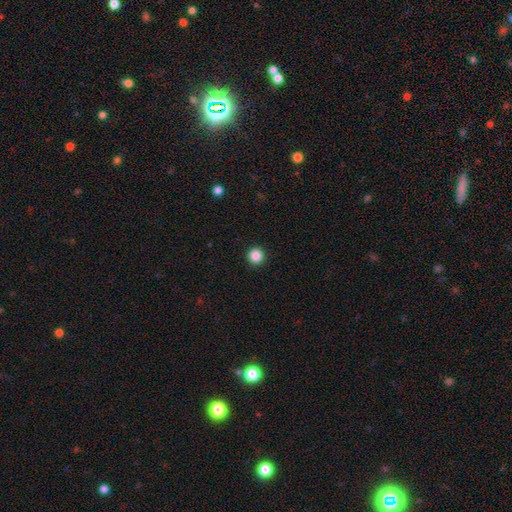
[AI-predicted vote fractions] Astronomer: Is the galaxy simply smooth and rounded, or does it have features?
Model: smooth — 86%.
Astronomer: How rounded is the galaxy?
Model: round — 96%.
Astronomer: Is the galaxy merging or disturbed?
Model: none — 94%.